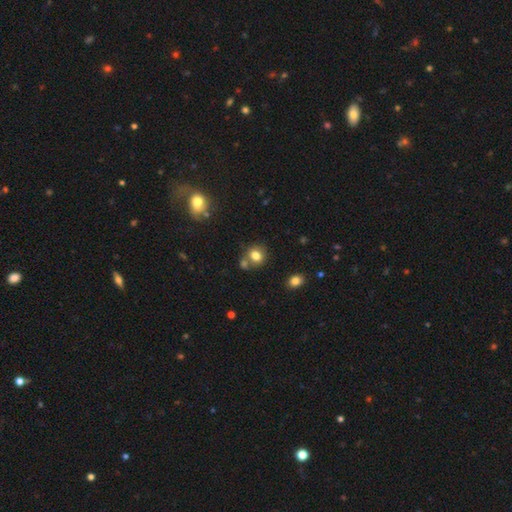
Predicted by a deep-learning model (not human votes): smooth 79%, star or artifact 12%, featured or disk 9%. Down the decision tree: how rounded — round (77%); merging — none (65%).